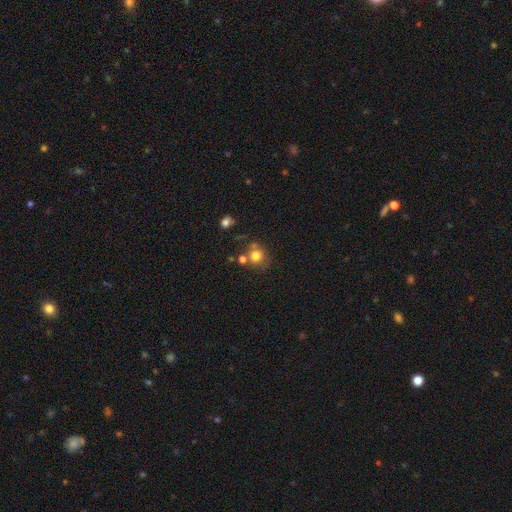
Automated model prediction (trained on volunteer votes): Smooth or featured? Predicted: smooth (p=0.75). How rounded? Predicted: round (p=0.83). Merging? Predicted: none (p=0.58).